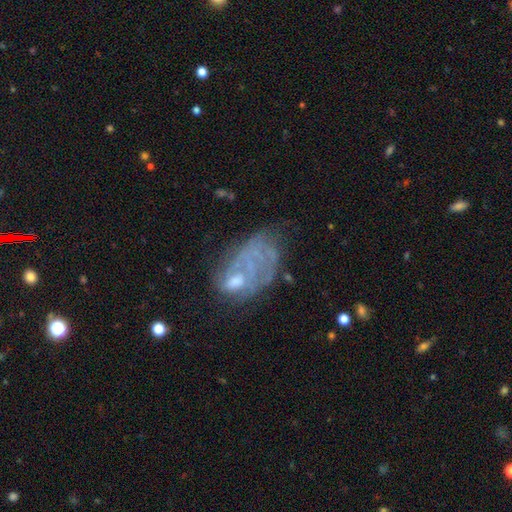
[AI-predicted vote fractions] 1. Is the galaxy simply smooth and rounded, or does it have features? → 60% featured or disk, 28% smooth, 12% star or artifact.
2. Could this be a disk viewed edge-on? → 96% no, 4% yes.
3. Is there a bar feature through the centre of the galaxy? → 82% no, 14% weak, 3% strong.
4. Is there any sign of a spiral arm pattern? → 67% no, 33% yes.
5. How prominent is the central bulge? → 45% none, 27% moderate, 21% small, 5% large, 2% dominant.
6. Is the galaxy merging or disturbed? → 35% major disturbance, 32% none, 23% minor disturbance, 10% merger.